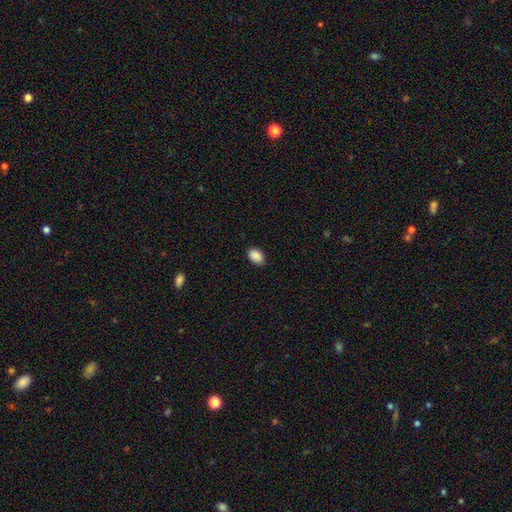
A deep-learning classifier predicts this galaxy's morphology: A smooth galaxy with no disk features (90%) that is in between round and cigar-shaped (89%).

Vote fractions:
- Smooth or featured? smooth: 90% / star or artifact: 7% / featured or disk: 3%
- How rounded? in between: 89% / round: 10% / cigar-shaped: 1%
- Merging? none: 87% / minor disturbance: 10% / major disturbance: 2% / merger: 1%